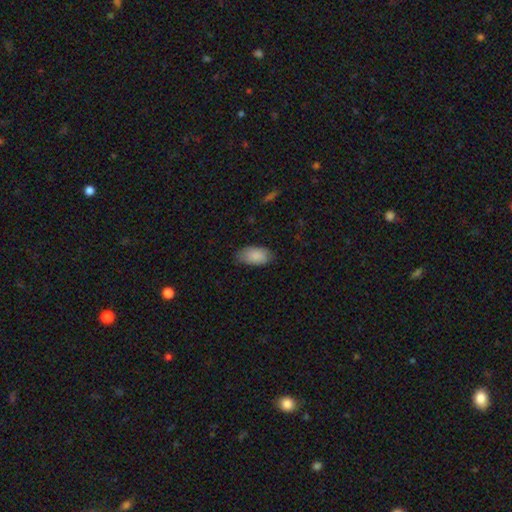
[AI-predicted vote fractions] smooth 88%, featured or disk 6%, star or artifact 6%. Down the decision tree: how rounded — in between (94%); merging — none (72%).